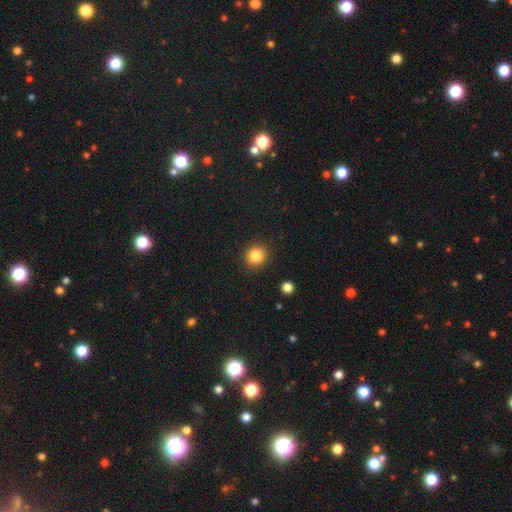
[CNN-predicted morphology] Q: Smooth or featured?
A: smooth (84%); runner-up: star or artifact (11%)
Q: How rounded?
A: round (91%); runner-up: in between (8%)
Q: Merging?
A: none (92%); runner-up: minor disturbance (5%)